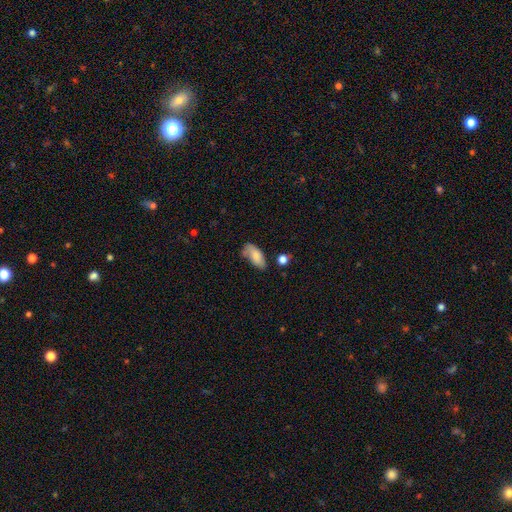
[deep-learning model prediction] Morphology: type=smooth (80%); roundness=in between (89%); merging=none (52%).